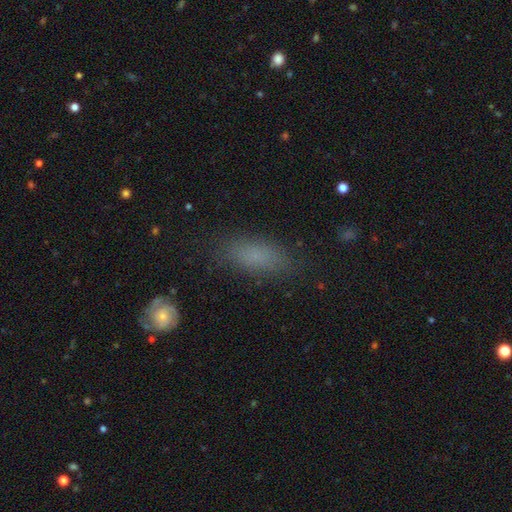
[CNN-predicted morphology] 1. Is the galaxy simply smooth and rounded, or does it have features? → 76% smooth, 13% star or artifact, 11% featured or disk.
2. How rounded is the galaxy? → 68% in between, 28% cigar-shaped, 4% round.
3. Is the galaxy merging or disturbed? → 79% none, 14% minor disturbance, 5% major disturbance, 2% merger.